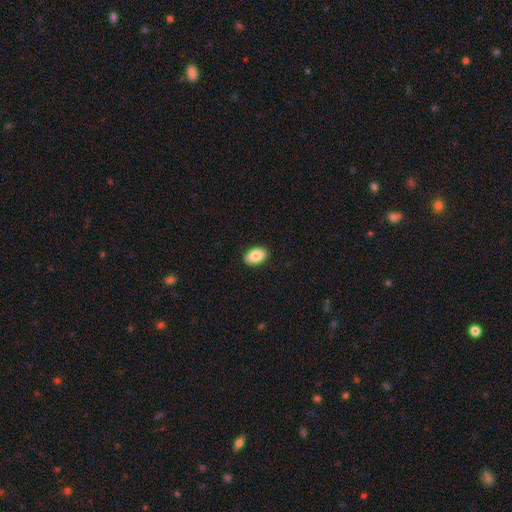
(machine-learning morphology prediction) smooth 85%, featured or disk 9%, star or artifact 7%. Down the decision tree: how rounded — in between (92%); merging — none (90%).